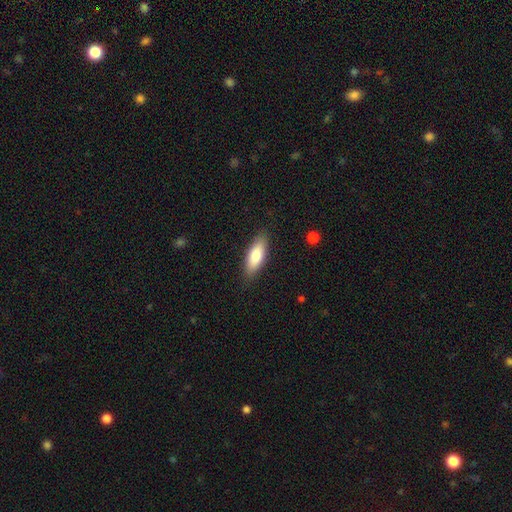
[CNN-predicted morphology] type=smooth (79%); roundness=in between (65%); merging=none (86%).